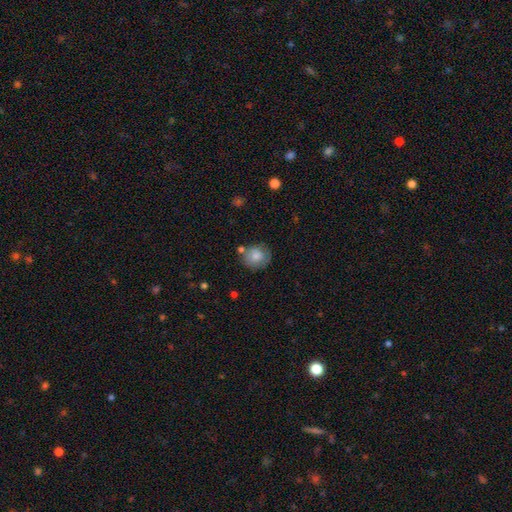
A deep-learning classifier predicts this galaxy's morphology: smooth 72%, featured or disk 20%, star or artifact 8%. Down the decision tree: how rounded — round (77%); merging — none (65%).